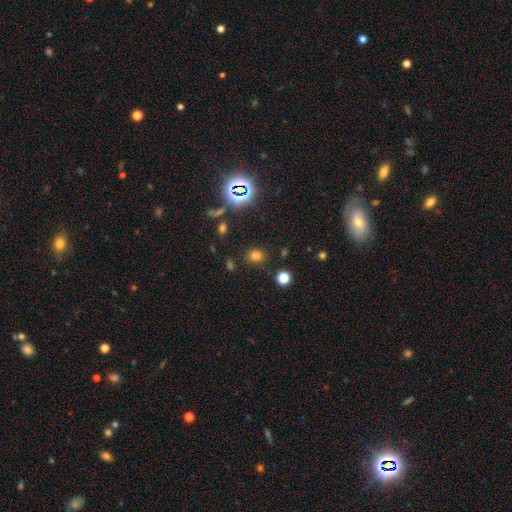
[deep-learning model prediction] This is likely a smooth galaxy (69%). How rounded: likely round (68%). Merging: clearly none (84%).